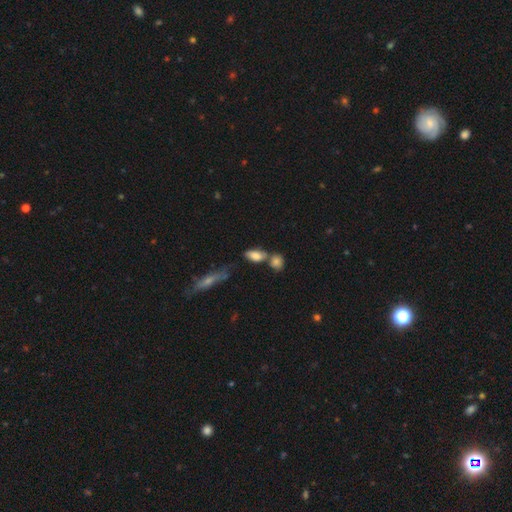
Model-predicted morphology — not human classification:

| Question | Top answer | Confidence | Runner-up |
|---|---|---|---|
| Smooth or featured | smooth | 79% | featured or disk (13%) |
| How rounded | in between | 81% | cigar-shaped (11%) |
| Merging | none | 47% | merger (34%) |